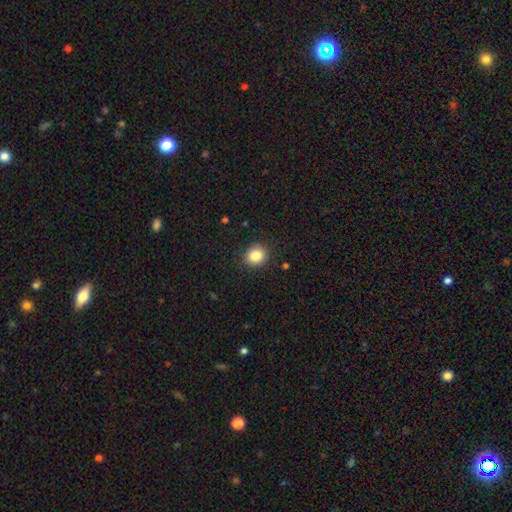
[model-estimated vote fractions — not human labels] This appears to be a smooth galaxy with no disk features (84%) that is round (80%). Merging: none (90%).